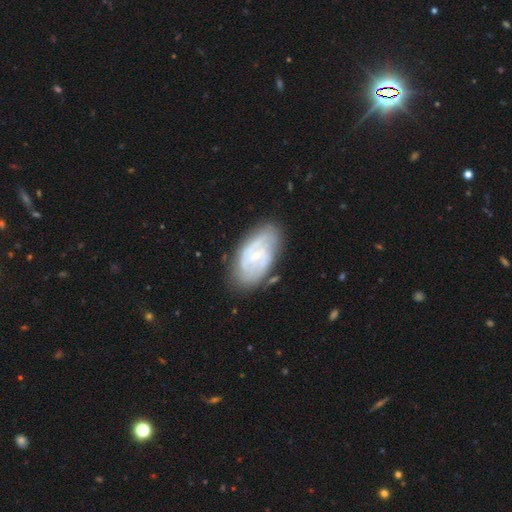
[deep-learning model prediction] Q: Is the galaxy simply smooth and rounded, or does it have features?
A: featured or disk — 77%.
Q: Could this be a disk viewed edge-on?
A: no — 95%.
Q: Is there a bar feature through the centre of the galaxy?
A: weak — 45%.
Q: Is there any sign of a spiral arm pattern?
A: yes — 86%.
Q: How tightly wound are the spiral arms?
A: tight — 50%.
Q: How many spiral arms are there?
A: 2 — 44%.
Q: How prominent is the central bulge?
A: small — 77%.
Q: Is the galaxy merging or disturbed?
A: none — 71%.